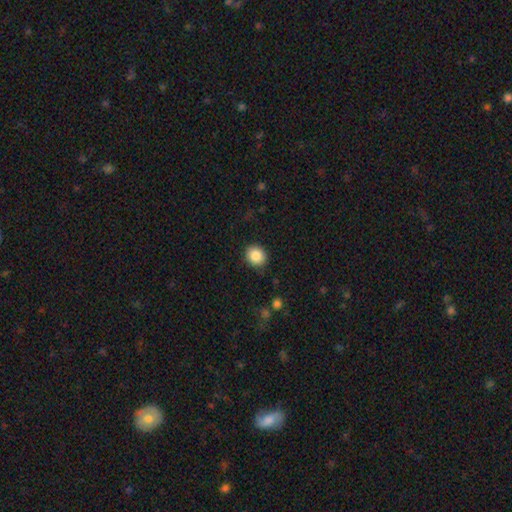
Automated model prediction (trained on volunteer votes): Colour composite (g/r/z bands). It shows a smooth galaxy with no disk features (87%) that is round (73%). Merging: none (88%).